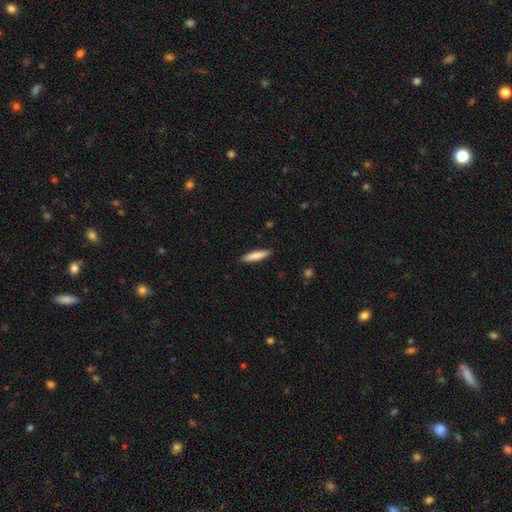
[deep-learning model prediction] smooth 81%, featured or disk 14%, star or artifact 5%. Down the decision tree: how rounded — cigar-shaped (87%); merging — none (90%).